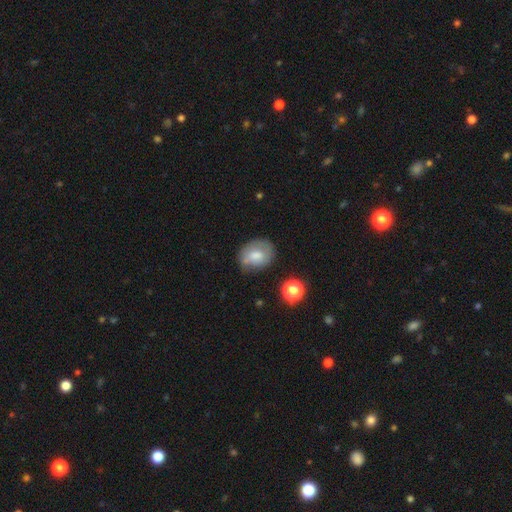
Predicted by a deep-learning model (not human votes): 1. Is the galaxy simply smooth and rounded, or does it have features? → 65% smooth, 26% featured or disk, 9% star or artifact.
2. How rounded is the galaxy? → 54% in between, 45% round, 1% cigar-shaped.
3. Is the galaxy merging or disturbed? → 59% none, 27% minor disturbance, 9% major disturbance, 5% merger.